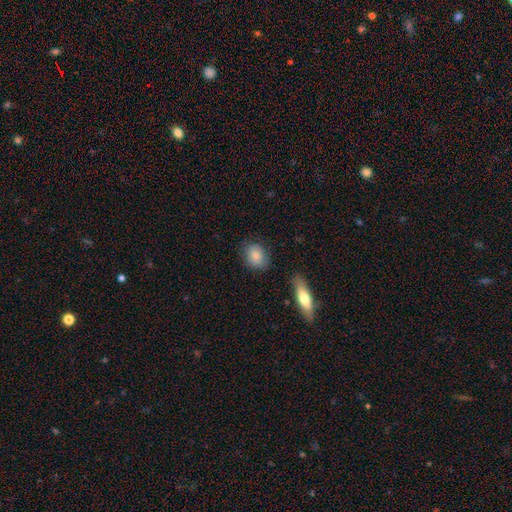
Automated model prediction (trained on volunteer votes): Overall: smooth (84%). How rounded: round (51%; in between 47%). Merging: none (79%).